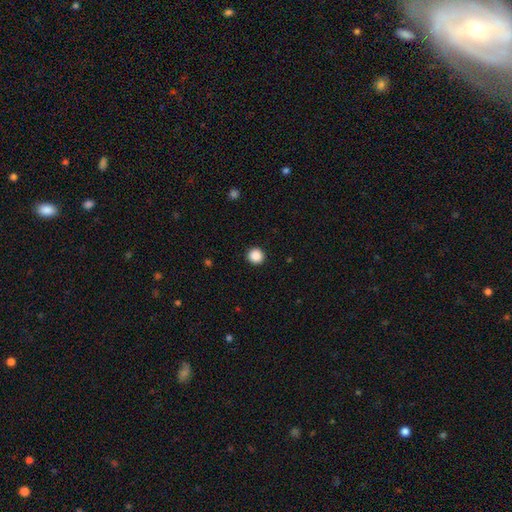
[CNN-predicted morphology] This is clearly a smooth galaxy (88%). How rounded: clearly round (94%). Merging: clearly none (93%).